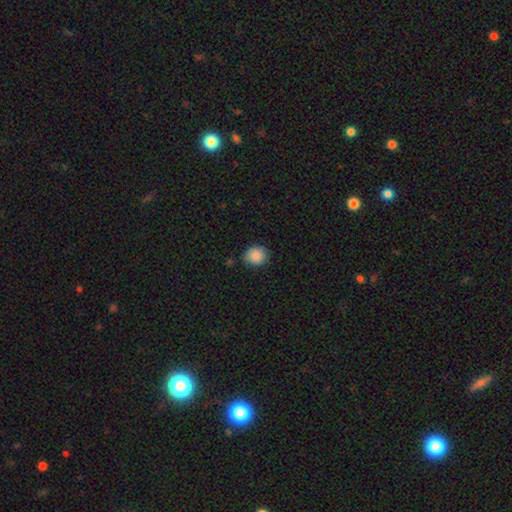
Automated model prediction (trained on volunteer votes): Q: Smooth or featured?
A: smooth (88%); runner-up: star or artifact (9%)
Q: How rounded?
A: round (79%); runner-up: in between (20%)
Q: Merging?
A: none (82%); runner-up: minor disturbance (14%)